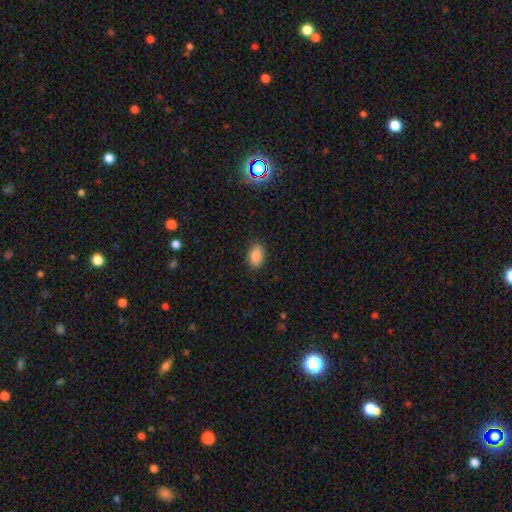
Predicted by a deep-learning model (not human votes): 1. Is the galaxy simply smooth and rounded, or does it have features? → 88% smooth, 8% star or artifact, 4% featured or disk.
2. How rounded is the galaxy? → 86% in between, 13% round, 1% cigar-shaped.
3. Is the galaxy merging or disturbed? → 87% none, 9% minor disturbance, 2% major disturbance, 1% merger.